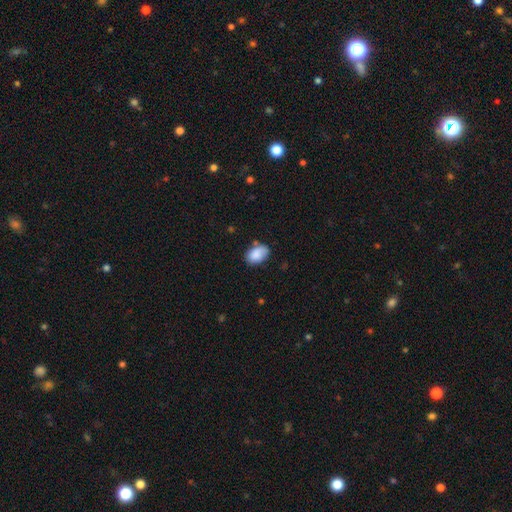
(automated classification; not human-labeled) This is clearly a smooth galaxy (85%). How rounded: clearly in between (87%). Merging: likely none (67%).